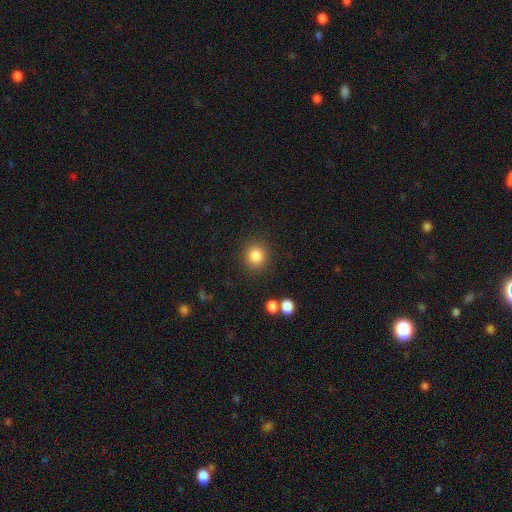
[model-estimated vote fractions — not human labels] Smooth or featured? Predicted: smooth (p=0.84). How rounded? Predicted: round (p=0.87). Merging? Predicted: none (p=0.87).